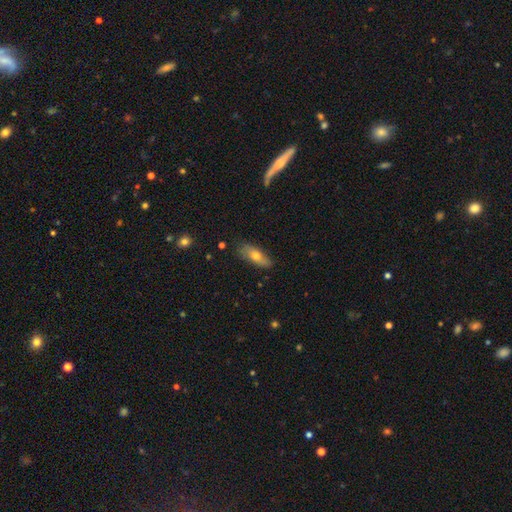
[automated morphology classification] Smooth or featured?
  - smooth: 64% *
  - featured or disk: 29%
  - star or artifact: 7%
How rounded?
  - in between: 62% *
  - cigar-shaped: 35%
  - round: 3%
Merging?
  - none: 77% *
  - minor disturbance: 18%
  - major disturbance: 3%
  - merger: 2%